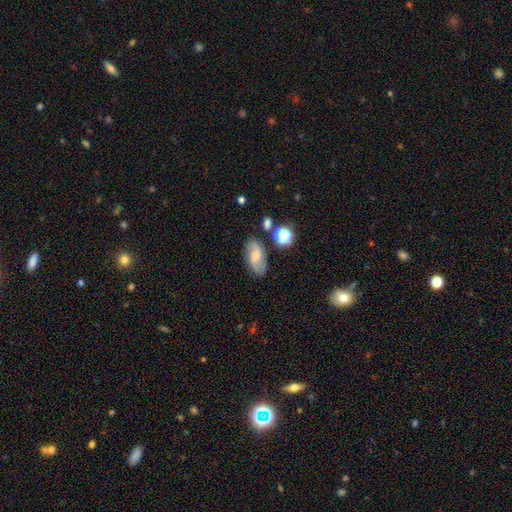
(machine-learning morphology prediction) featured or disk 50%, smooth 39%, star or artifact 10%. Down the decision tree: edge-on disk — no (94%); merging — none (75%).